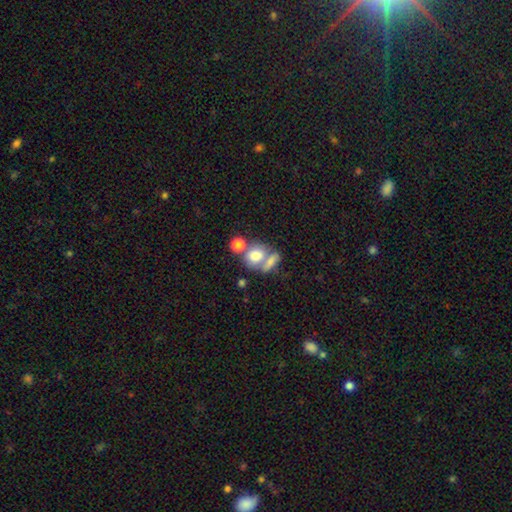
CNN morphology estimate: Smooth or featured? Predicted: smooth (p=0.73). How rounded? Predicted: round (p=0.49). Merging? Predicted: merger (p=0.51).